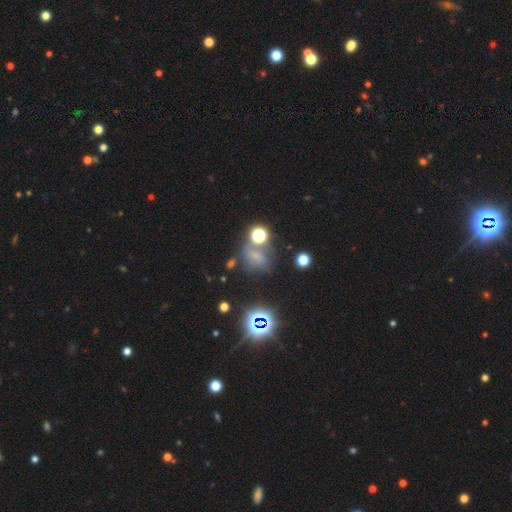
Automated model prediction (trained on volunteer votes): Q: Smooth or featured?
A: smooth (40%); runner-up: star or artifact (39%)
Q: Merging?
A: none (47%); runner-up: minor disturbance (20%)